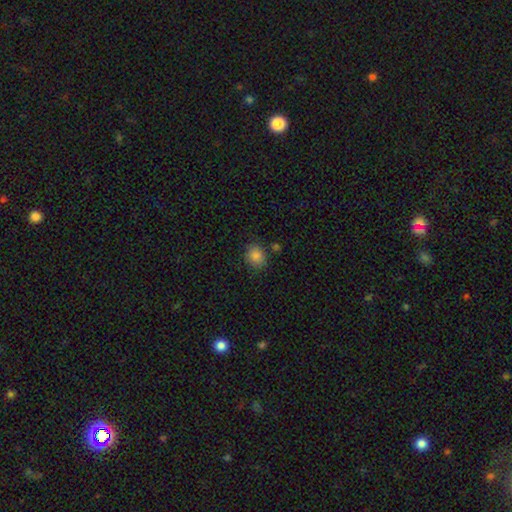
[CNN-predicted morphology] Smooth or featured? Predicted: smooth (p=0.85). How rounded? Predicted: round (p=0.71). Merging? Predicted: none (p=0.80).